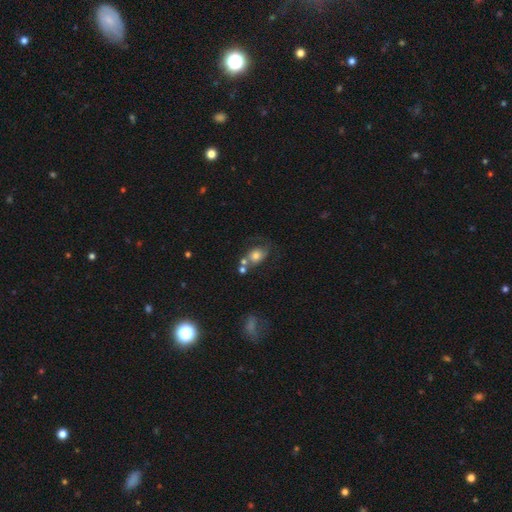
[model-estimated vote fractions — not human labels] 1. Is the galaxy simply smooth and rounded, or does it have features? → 58% smooth, 31% featured or disk, 11% star or artifact.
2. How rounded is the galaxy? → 53% in between, 46% round, 2% cigar-shaped.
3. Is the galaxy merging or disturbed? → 36% none, 22% merger, 21% minor disturbance, 21% major disturbance.